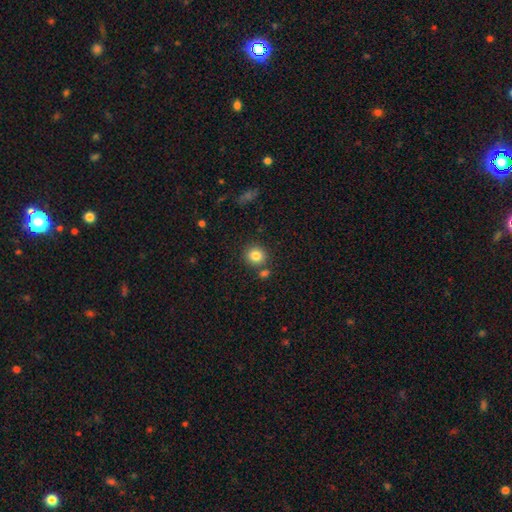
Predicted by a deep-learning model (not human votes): A smooth galaxy with no disk features (83%) that is round (88%). Merging: none (80%).